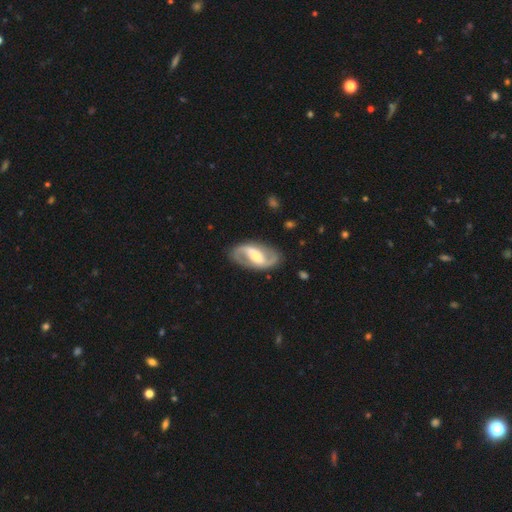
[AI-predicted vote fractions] Overall: featured or disk (87%). Edge-on disk: no (97%). Bar: strong (44%; weak 39%). Spiral arms: yes (93%). Spiral arm count: 2 (93%). Spiral winding: medium (47%; loose 38%). Bulge size: moderate (57%; small 27%). Merging: none (86%).